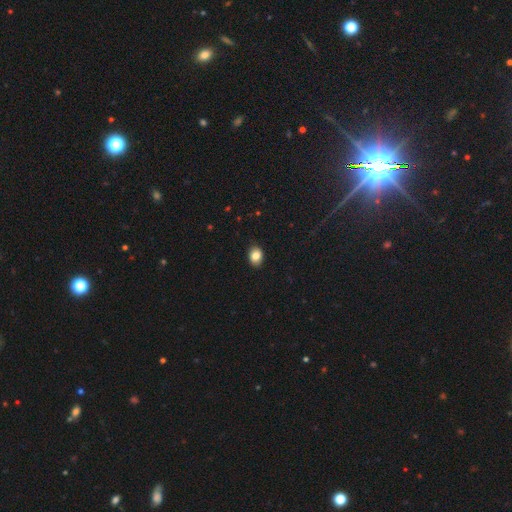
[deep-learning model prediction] Smooth or featured? smooth (84%)
How rounded? in between (67%)
Merging? none (88%)